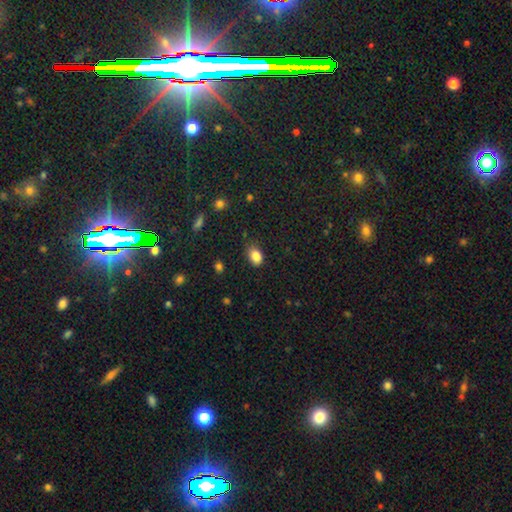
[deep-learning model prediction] This appears to be a smooth galaxy with no disk features (84%) that is in between round and cigar-shaped (80%). Merging: none (71%).